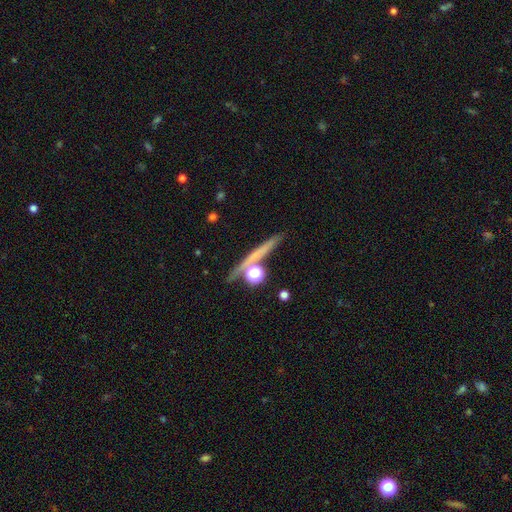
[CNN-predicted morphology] Overall: smooth (44%; featured or disk 38%). Merging: none (76%).